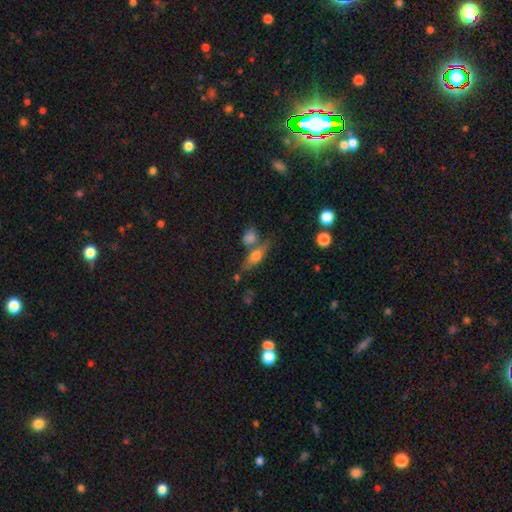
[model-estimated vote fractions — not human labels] Smooth or featured? smooth (56%)
How rounded? in between (54%)
Merging? none (54%)